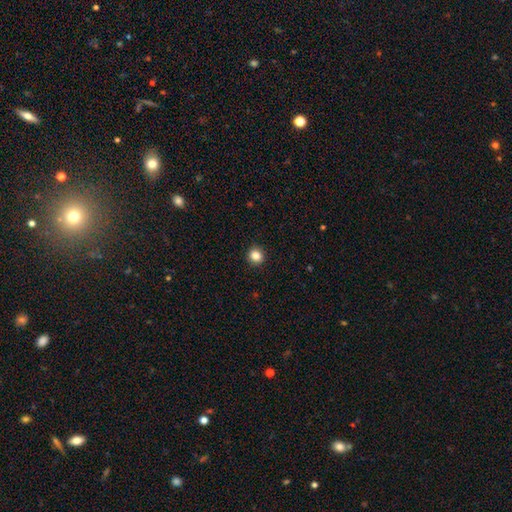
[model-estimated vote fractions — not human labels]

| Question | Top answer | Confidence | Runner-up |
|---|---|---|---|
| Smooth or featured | smooth | 85% | star or artifact (11%) |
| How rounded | round | 89% | in between (10%) |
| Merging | none | 92% | minor disturbance (5%) |